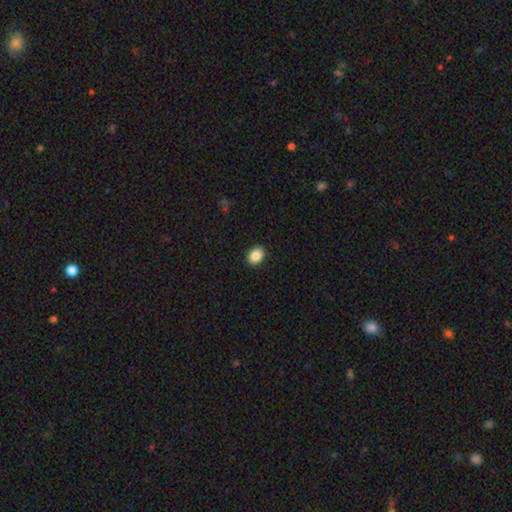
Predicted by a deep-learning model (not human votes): Morphology: type=smooth (87%); roundness=in between (70%); merging=none (91%).